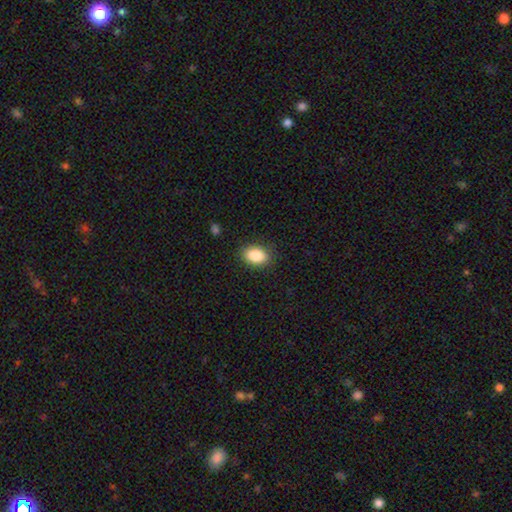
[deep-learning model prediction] smooth_or_featured: smooth (p=0.88) [alt: star or artifact p=0.08]
how_rounded: in between (p=0.83) [alt: round p=0.16]
merging: none (p=0.87) [alt: minor disturbance p=0.09]